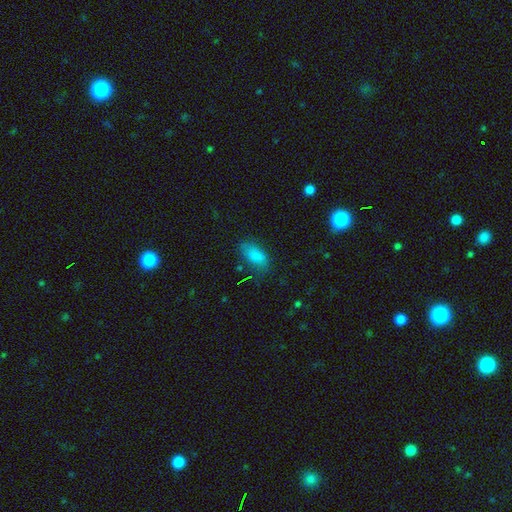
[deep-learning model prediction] Smooth or featured? smooth (80%)
How rounded? in between (87%)
Merging? none (69%)